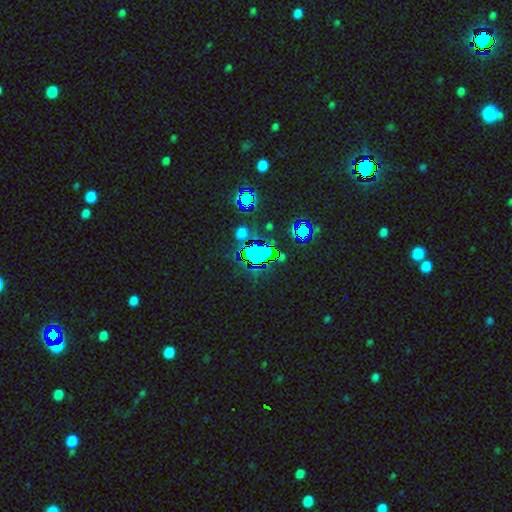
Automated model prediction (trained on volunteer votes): The model was most divided on "smooth or featured": star or artifact: 67%, smooth: 22%, featured or disk: 10%.